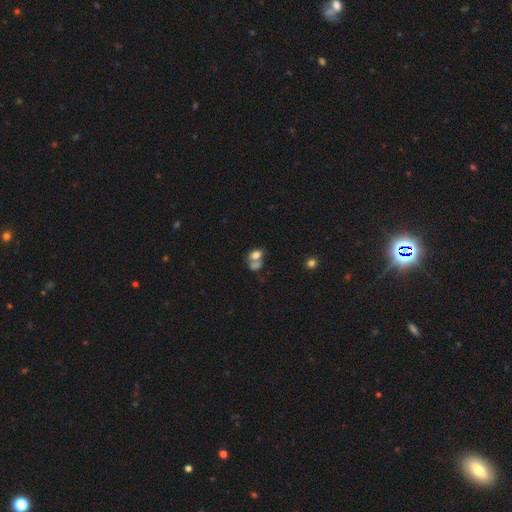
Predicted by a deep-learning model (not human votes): This is likely a smooth galaxy (73%). How rounded: likely in between (73%). Merging: possibly merger (58%).